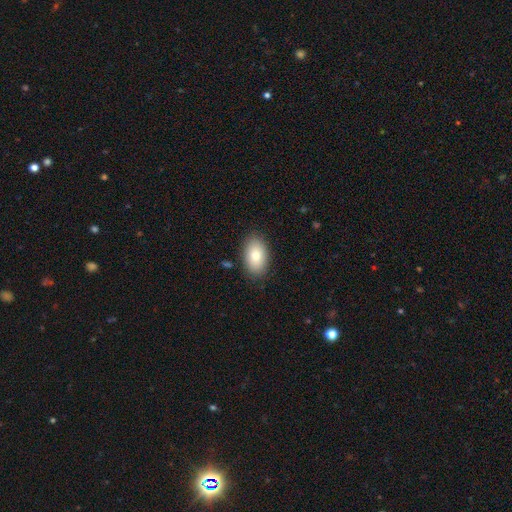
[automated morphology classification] A smooth galaxy with no disk features (80%) that is in between round and cigar-shaped (91%).

Vote fractions:
- Smooth or featured? smooth: 80% / featured or disk: 13% / star or artifact: 8%
- How rounded? in between: 91% / round: 7% / cigar-shaped: 1%
- Merging? none: 87% / minor disturbance: 10% / major disturbance: 2% / merger: 1%